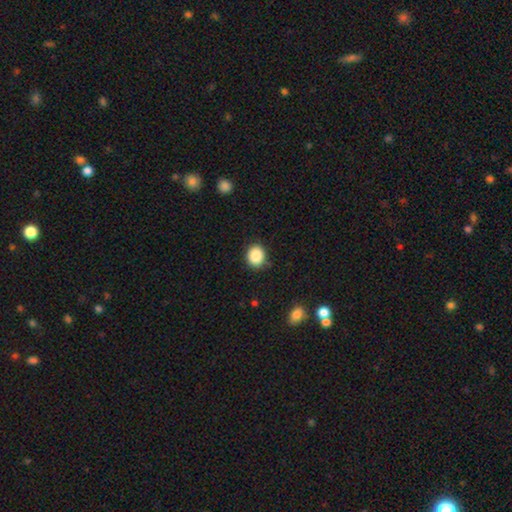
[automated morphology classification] smooth-or-featured: smooth: 87% | star or artifact: 9% | featured or disk: 4%
  how-rounded: round: 69% | in between: 31% | cigar-shaped: 1%
  merging: none: 86% | minor disturbance: 10% | major disturbance: 3% | merger: 1%